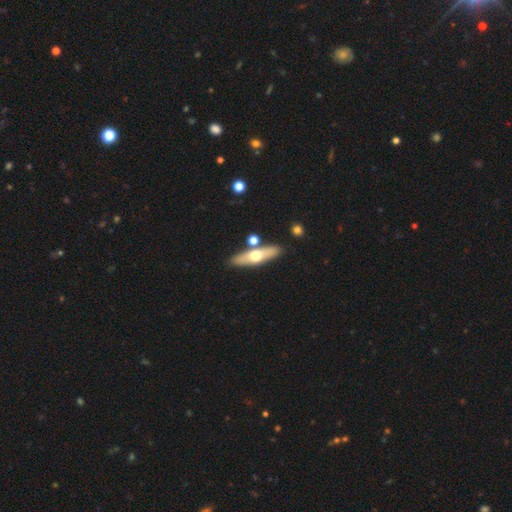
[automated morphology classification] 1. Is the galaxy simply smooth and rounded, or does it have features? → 49% featured or disk, 45% smooth, 6% star or artifact.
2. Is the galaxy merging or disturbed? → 82% none, 9% minor disturbance, 7% merger, 2% major disturbance.